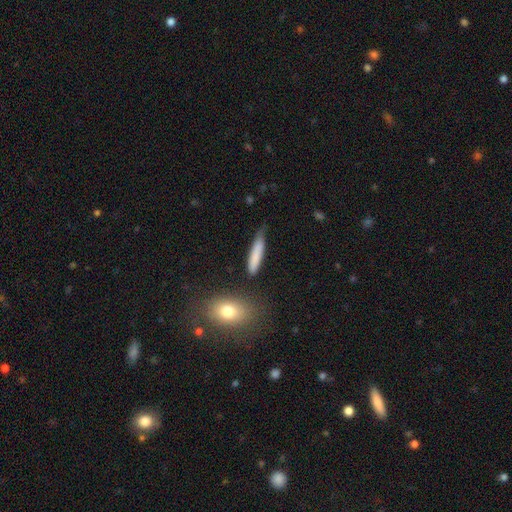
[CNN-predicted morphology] This appears to be a smooth galaxy with no disk features (78%) that is cigar-shaped (87%). Merging: none (66%).